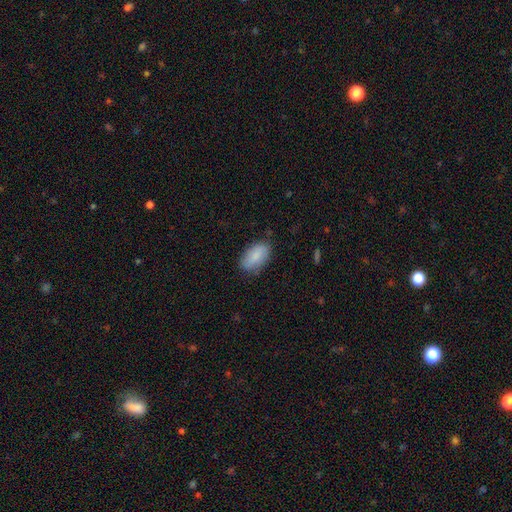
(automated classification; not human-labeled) A smooth galaxy with no disk features (84%) that is in between round and cigar-shaped (94%).

Vote fractions:
- Smooth or featured? smooth: 84% / featured or disk: 9% / star or artifact: 6%
- How rounded? in between: 94% / round: 4% / cigar-shaped: 3%
- Merging? none: 77% / minor disturbance: 18% / major disturbance: 4% / merger: 1%